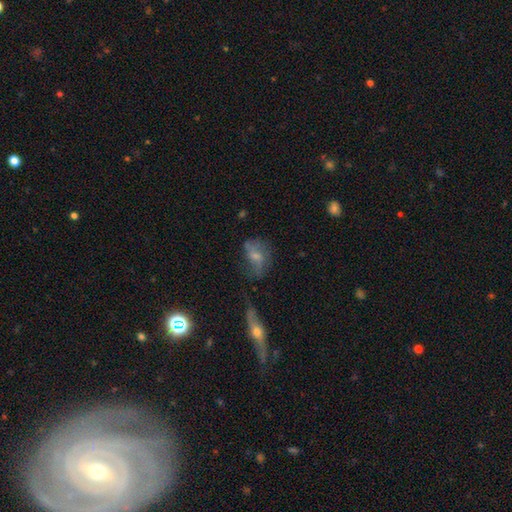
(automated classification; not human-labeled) smooth_or_featured: smooth (p=0.44) [alt: featured or disk p=0.43]
merging: none (p=0.36) [alt: major disturbance p=0.31]